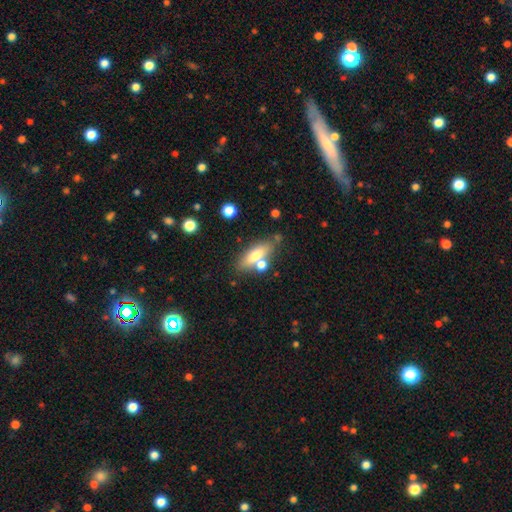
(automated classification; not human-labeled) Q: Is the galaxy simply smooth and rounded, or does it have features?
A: smooth — 66%.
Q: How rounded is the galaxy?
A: in between — 60%.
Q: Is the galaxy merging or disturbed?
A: none — 63%.